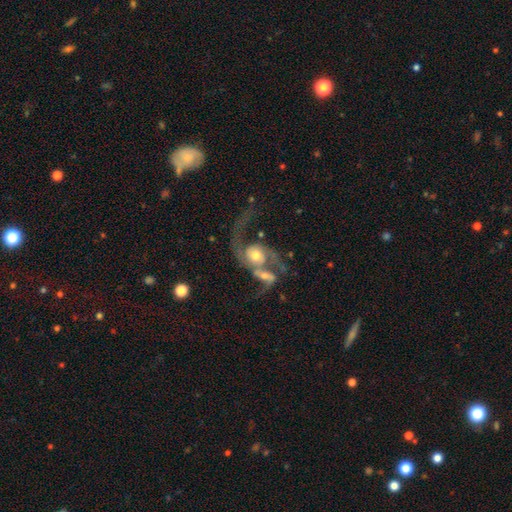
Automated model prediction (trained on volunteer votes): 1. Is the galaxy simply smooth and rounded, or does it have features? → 76% featured or disk, 17% smooth, 7% star or artifact.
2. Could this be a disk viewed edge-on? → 97% no, 3% yes.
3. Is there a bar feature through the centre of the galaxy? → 68% no, 25% weak, 7% strong.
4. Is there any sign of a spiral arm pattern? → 89% yes, 11% no.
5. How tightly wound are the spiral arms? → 65% loose, 28% medium, 7% tight.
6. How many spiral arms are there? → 73% 2, 16% 1, 6% can't tell, 2% 3, 1% 4, 1% more than 4.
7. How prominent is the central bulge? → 60% moderate, 19% large, 16% small, 3% none, 3% dominant.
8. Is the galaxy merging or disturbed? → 66% merger, 15% major disturbance, 13% none, 6% minor disturbance.